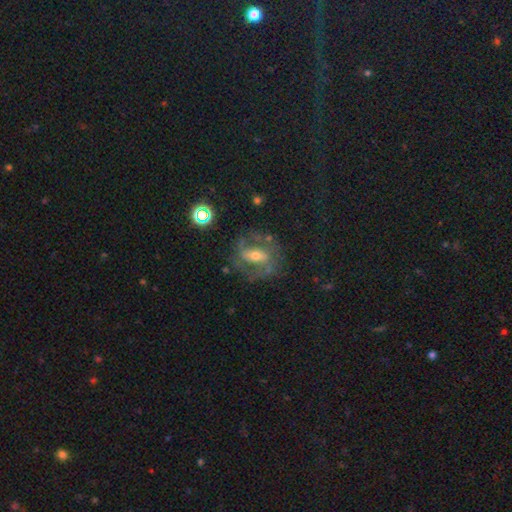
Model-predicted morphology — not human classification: A featured or disk galaxy (72%) with a strong bar (42%), 2 (74%) medium (49%) spiral arms (78%) and a moderate central bulge (59%).

Vote fractions:
- Smooth or featured? featured or disk: 72% / smooth: 17% / star or artifact: 12%
- Edge-on disk? no: 93% / yes: 7%
- Bar? strong: 42% / weak: 36% / no: 22%
- Spiral arms? yes: 78% / no: 22%
- Spiral winding? medium: 49% / tight: 26% / loose: 25%
- Spiral arm count? 2: 74% / can't tell: 15% / 1: 5% / 3: 3% / 4: 2% / more than 4: 2%
- Bulge size? moderate: 59% / small: 33% / large: 5% / none: 2% / dominant: 1%
- Merging? none: 63% / minor disturbance: 18% / major disturbance: 15% / merger: 3%